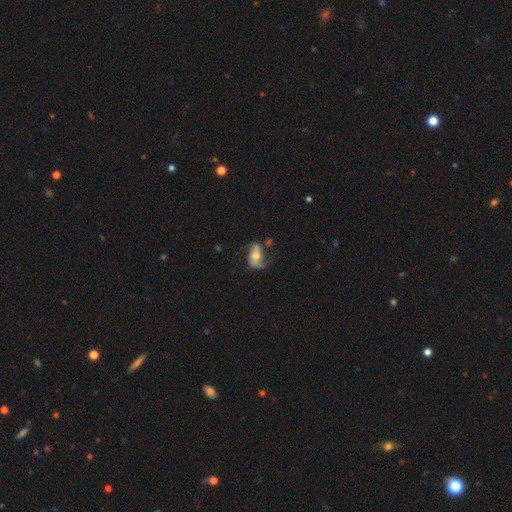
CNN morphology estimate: smooth_or_featured: featured or disk (p=0.65) [alt: smooth p=0.28]
disk_edge_on: no (p=0.94) [alt: yes p=0.06]
bar: no (p=0.52) [alt: weak p=0.28]
has_spiral_arms: yes (p=0.86) [alt: no p=0.14]
spiral_winding: loose (p=0.63) [alt: medium p=0.28]
spiral_arm_count: 2 (p=0.84) [alt: 1 p=0.08]
bulge_size: moderate (p=0.65) [alt: small p=0.24]
merging: none (p=0.55) [alt: minor disturbance p=0.23]